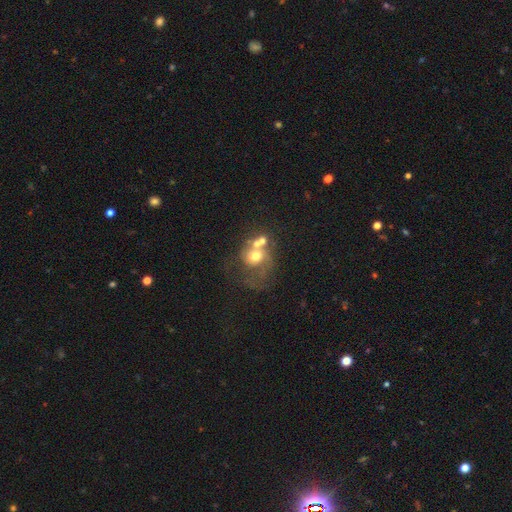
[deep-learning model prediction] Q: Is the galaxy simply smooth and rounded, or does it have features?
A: smooth — 46%.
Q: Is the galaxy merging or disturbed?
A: merger — 44%.